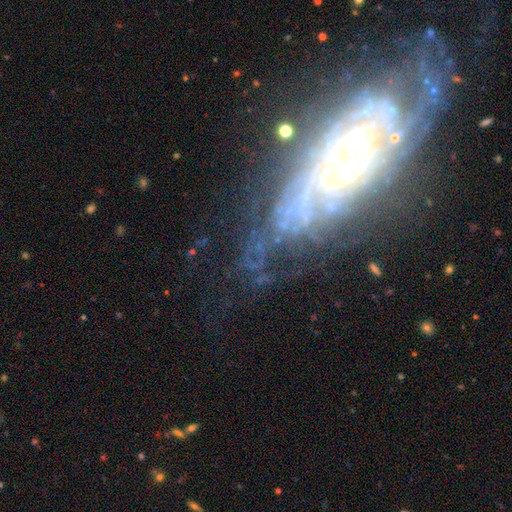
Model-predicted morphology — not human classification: type=featured or disk (80%); edge-on=no (85%); bar=no (54%); spiral arms=yes (89%); winding=tight (69%); arm count=can't tell (51%); bulge=small (48%); merging=none (64%).